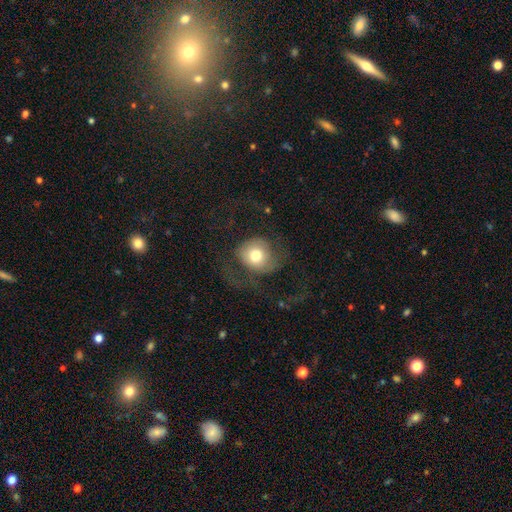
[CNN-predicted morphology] A smooth galaxy with no disk features (61%) that is round (77%). Merging: major disturbance (42%).